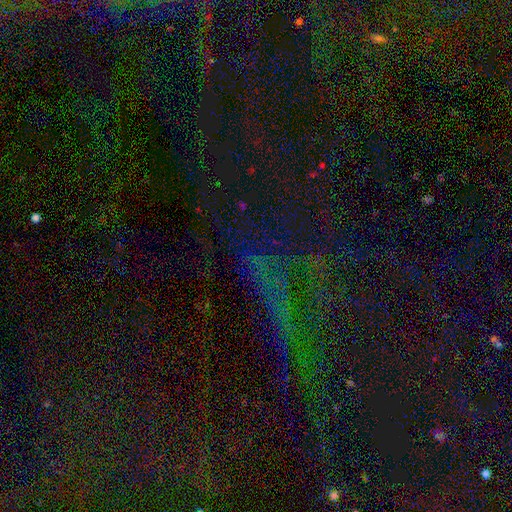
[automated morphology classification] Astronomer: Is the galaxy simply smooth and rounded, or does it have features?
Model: star or artifact — 68%.